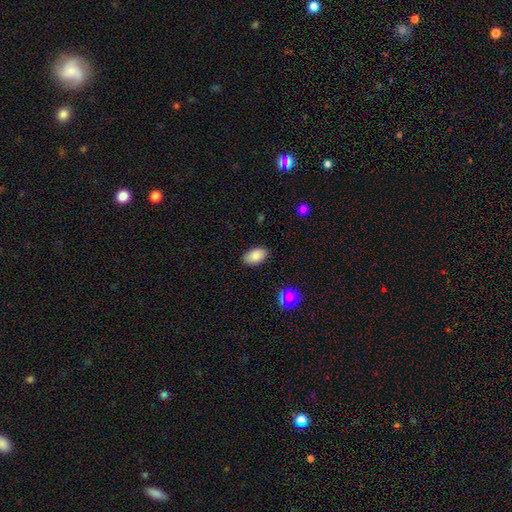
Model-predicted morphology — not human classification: Smooth or featured? smooth (87%)
How rounded? in between (93%)
Merging? none (86%)